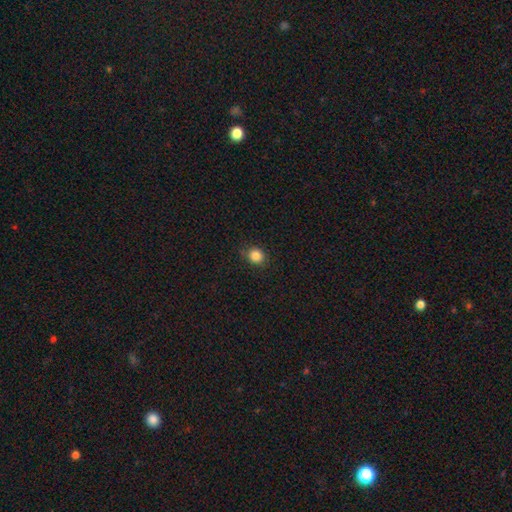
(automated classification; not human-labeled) Smooth or featured?
  - smooth: 85% *
  - star or artifact: 11%
  - featured or disk: 4%
How rounded?
  - round: 77% *
  - in between: 22%
  - cigar-shaped: 1%
Merging?
  - none: 83% *
  - minor disturbance: 13%
  - major disturbance: 3%
  - merger: 1%